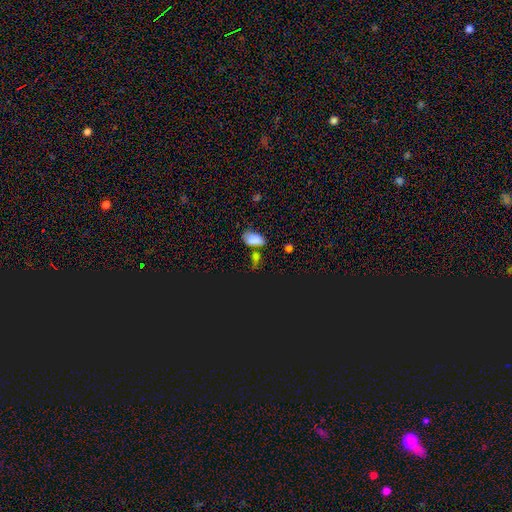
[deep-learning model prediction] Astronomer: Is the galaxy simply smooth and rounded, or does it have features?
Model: star or artifact — 47% (runner-up: smooth, 42%).